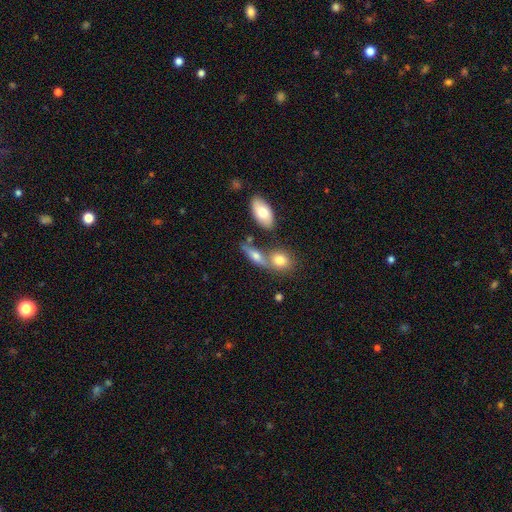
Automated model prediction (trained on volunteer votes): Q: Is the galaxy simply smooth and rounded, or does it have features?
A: smooth — 62%.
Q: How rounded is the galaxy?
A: in between — 62%.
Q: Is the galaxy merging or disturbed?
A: none — 52%.